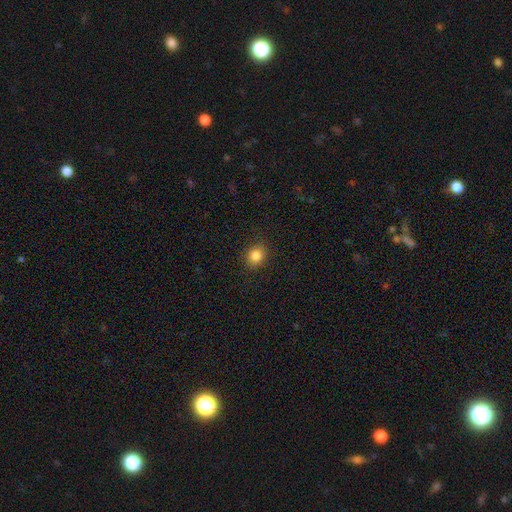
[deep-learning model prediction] smooth_or_featured: smooth (p=0.85) [alt: star or artifact p=0.11]
how_rounded: round (p=0.76) [alt: in between p=0.23]
merging: none (p=0.89) [alt: minor disturbance p=0.07]